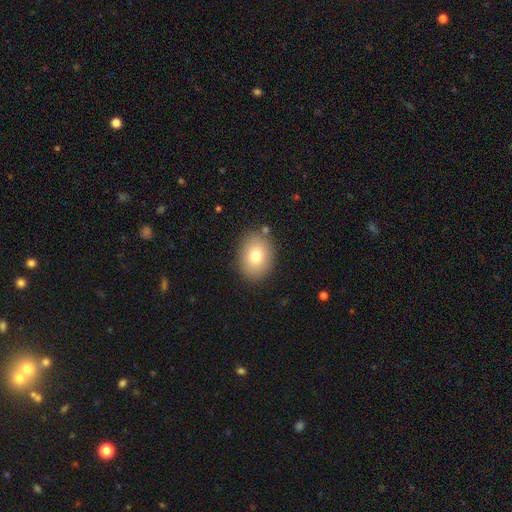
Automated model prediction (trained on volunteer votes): smooth-or-featured: smooth: 78% | featured or disk: 13% | star or artifact: 9%
  how-rounded: in between: 69% | round: 30% | cigar-shaped: 1%
  merging: none: 85% | minor disturbance: 10% | major disturbance: 3% | merger: 2%